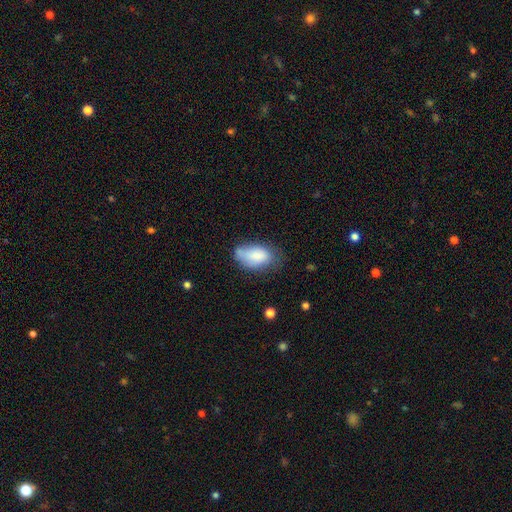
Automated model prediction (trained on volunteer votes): This appears to be a smooth galaxy with no disk features (80%) that is in between round and cigar-shaped (93%). Merging: none (47%).